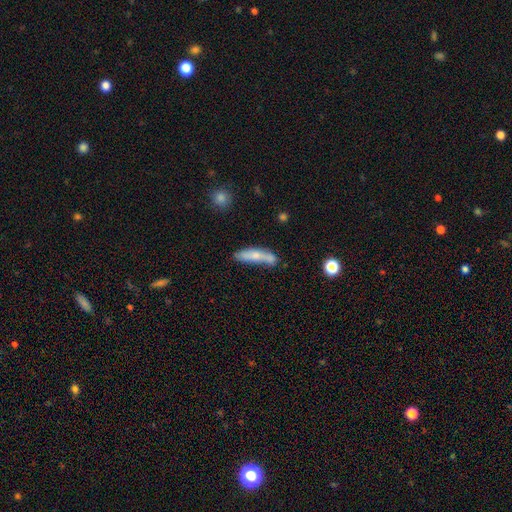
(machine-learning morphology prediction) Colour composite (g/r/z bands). It shows a smooth galaxy with no disk features (61%) that is cigar-shaped (67%). Merging: none (48%).